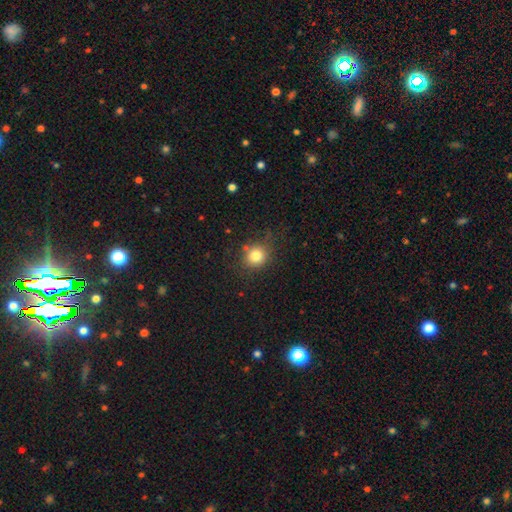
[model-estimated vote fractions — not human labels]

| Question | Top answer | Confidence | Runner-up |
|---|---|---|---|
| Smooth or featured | smooth | 80% | star or artifact (13%) |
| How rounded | round | 86% | in between (13%) |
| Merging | none | 77% | minor disturbance (14%) |